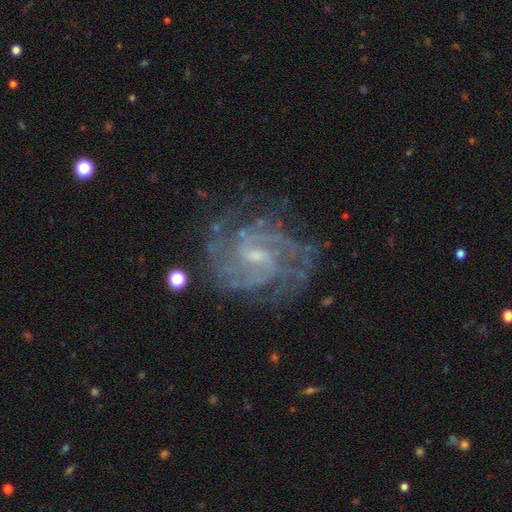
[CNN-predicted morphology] This is clearly a featured or disk galaxy (89%). It is clearly not viewed edge-on (98%). Bar: likely weak (60%). Spiral arm pattern: clearly yes (97%). Spiral arm count: marginally 2 (28%). Spiral winding: possibly tight (49%). Central bulge: possibly small (59%). Merging: likely none (72%).